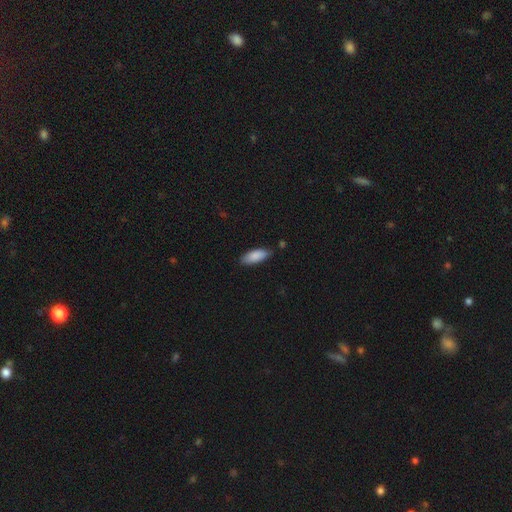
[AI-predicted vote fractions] Smooth or featured?
  - smooth: 87% *
  - featured or disk: 7%
  - star or artifact: 6%
How rounded?
  - in between: 76% *
  - cigar-shaped: 22%
  - round: 2%
Merging?
  - none: 78% *
  - minor disturbance: 17%
  - major disturbance: 3%
  - merger: 2%